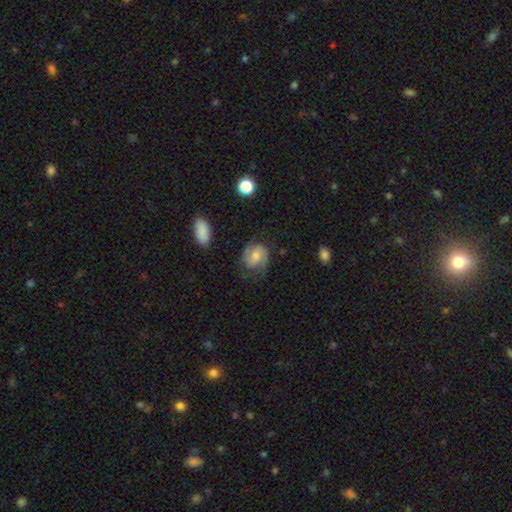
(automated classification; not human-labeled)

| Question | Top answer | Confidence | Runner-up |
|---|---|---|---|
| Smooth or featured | featured or disk | 53% | smooth (39%) |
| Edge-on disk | no | 97% | yes (3%) |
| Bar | no | 59% | weak (34%) |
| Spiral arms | yes | 88% | no (12%) |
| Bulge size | small | 44% | moderate (43%) |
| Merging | none | 55% | minor disturbance (25%) |